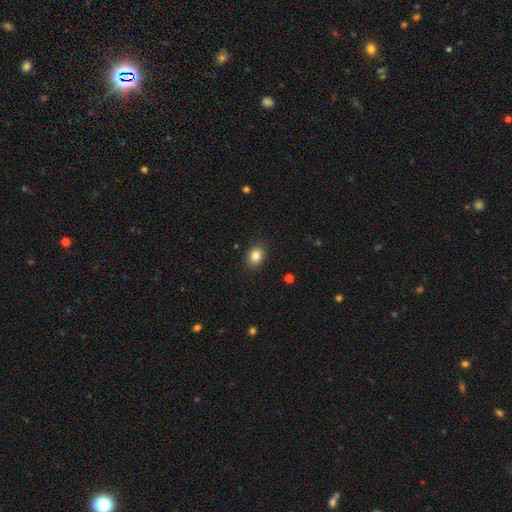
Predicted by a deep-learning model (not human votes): smooth 84%, star or artifact 10%, featured or disk 6%. Down the decision tree: how rounded — in between (54%); merging — none (88%).